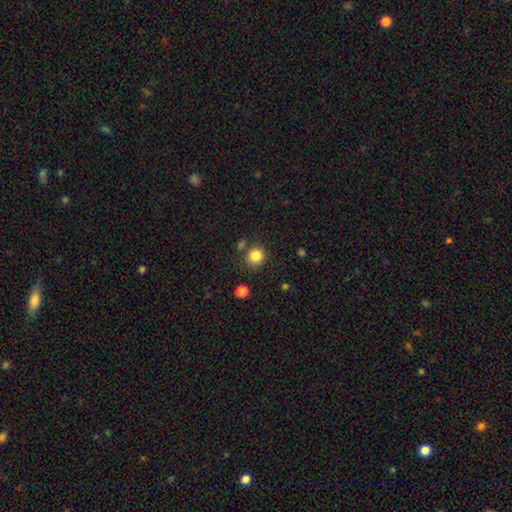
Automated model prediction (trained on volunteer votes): Smooth or featured?
  - smooth: 85% *
  - star or artifact: 11%
  - featured or disk: 5%
How rounded?
  - round: 85% *
  - in between: 14%
  - cigar-shaped: 1%
Merging?
  - none: 76% *
  - minor disturbance: 12%
  - merger: 8%
  - major disturbance: 4%